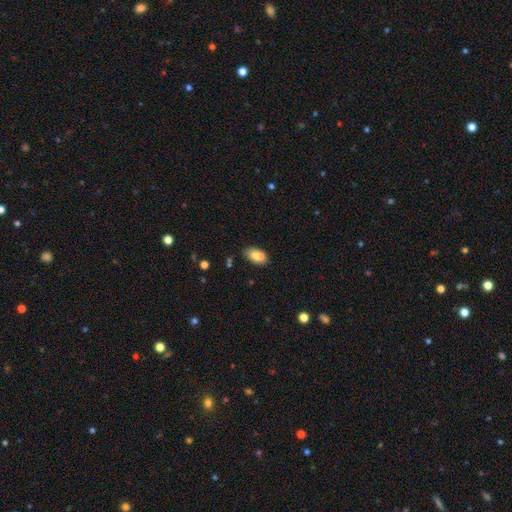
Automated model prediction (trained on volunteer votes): smooth_or_featured: smooth (p=0.80) [alt: featured or disk p=0.12]
how_rounded: in between (p=0.90) [alt: round p=0.08]
merging: none (p=0.60) [alt: merger p=0.19]